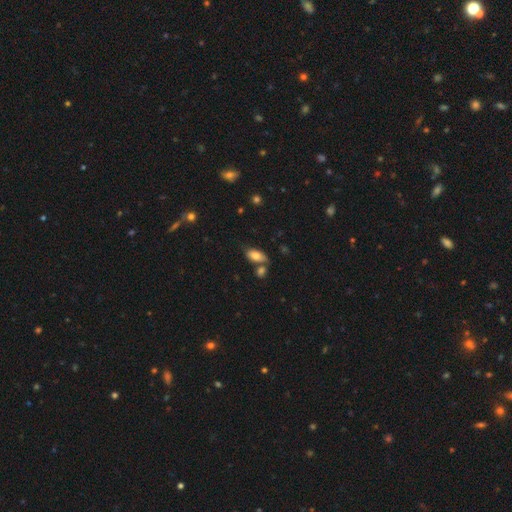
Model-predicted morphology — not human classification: This appears to be a smooth galaxy with no disk features (80%) that is in between round and cigar-shaped (89%). Merging: none (60%).